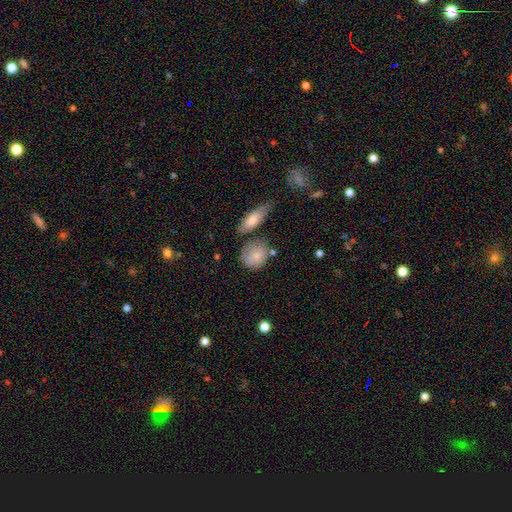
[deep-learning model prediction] smooth-or-featured: smooth: 79% | featured or disk: 14% | star or artifact: 7%
  how-rounded: round: 75% | in between: 22% | cigar-shaped: 3%
  merging: none: 62% | minor disturbance: 21% | merger: 11% | major disturbance: 6%